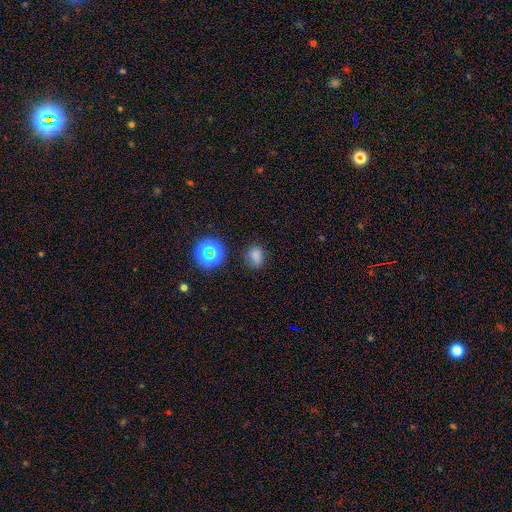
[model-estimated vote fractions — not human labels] smooth_or_featured: smooth (p=0.72) [alt: star or artifact p=0.21]
how_rounded: in between (p=0.56) [alt: round p=0.43]
merging: none (p=0.75) [alt: minor disturbance p=0.16]